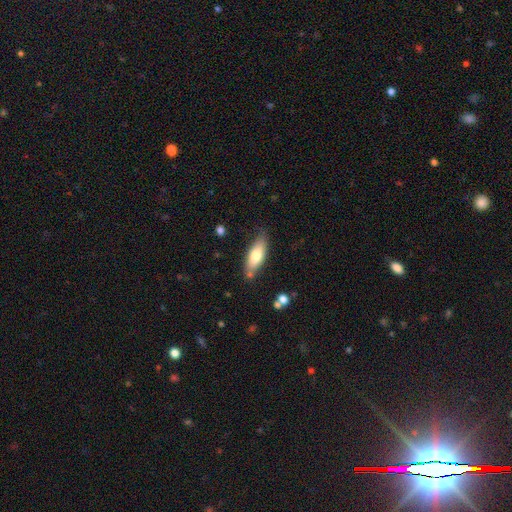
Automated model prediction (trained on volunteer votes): The model was most divided on "how rounded": in between: 70%, cigar-shaped: 28%, round: 2%. More confident: merging — none (74%); smooth or featured — smooth (72%).